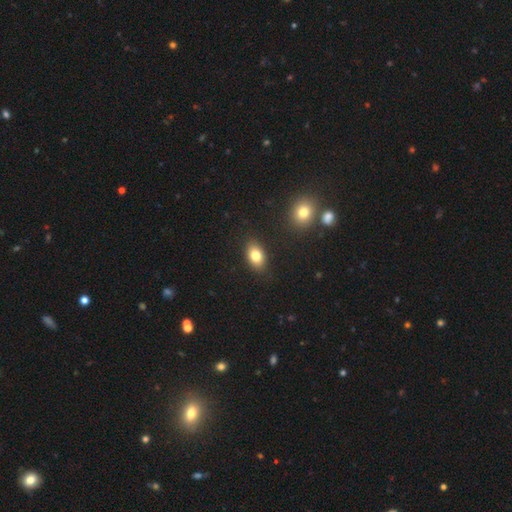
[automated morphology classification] A smooth galaxy with no disk features (81%) that is in between round and cigar-shaped (87%).

Vote fractions:
- Smooth or featured? smooth: 81% / featured or disk: 11% / star or artifact: 9%
- How rounded? in between: 87% / round: 11% / cigar-shaped: 2%
- Merging? none: 87% / minor disturbance: 9% / major disturbance: 2% / merger: 2%